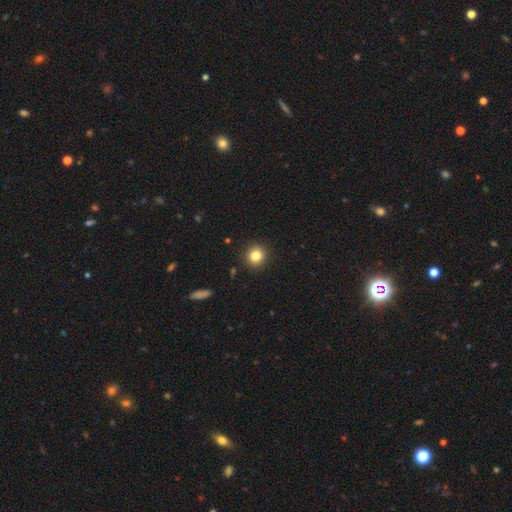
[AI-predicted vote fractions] smooth 83%, star or artifact 11%, featured or disk 6%. Down the decision tree: how rounded — round (90%); merging — none (92%).